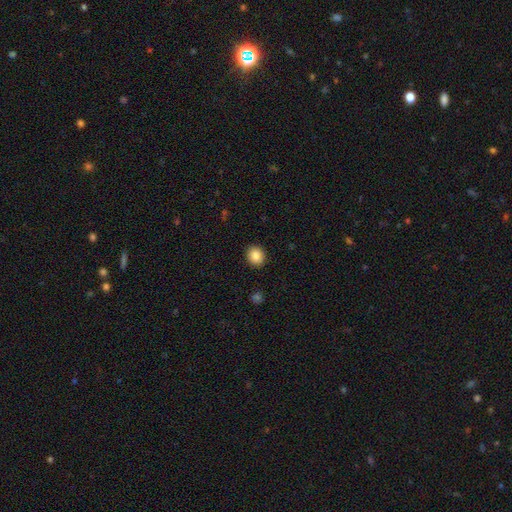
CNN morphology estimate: smooth-or-featured: smooth: 86% | star or artifact: 9% | featured or disk: 5%
  how-rounded: round: 83% | in between: 16% | cigar-shaped: 1%
  merging: none: 92% | minor disturbance: 5% | major disturbance: 2% | merger: 1%